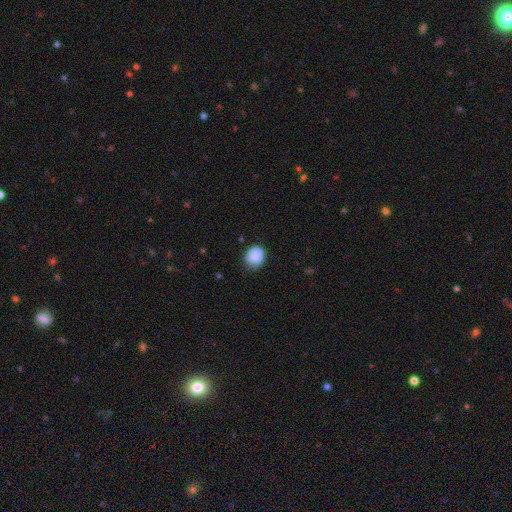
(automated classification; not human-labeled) The model was most divided on "merging": none: 65%, minor disturbance: 28%, major disturbance: 5%, merger: 1%. More confident: smooth or featured — smooth (87%); how rounded — round (76%).